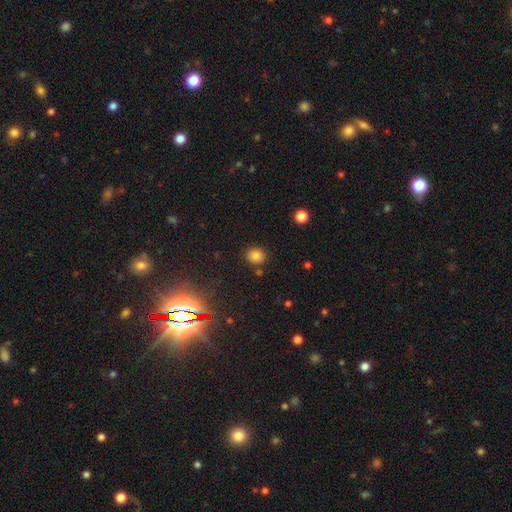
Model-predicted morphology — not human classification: Smooth or featured: smooth — 80% (star or artifact — 14%)
How rounded: round — 78% (in between — 21%)
Merging: none — 84% (minor disturbance — 9%)